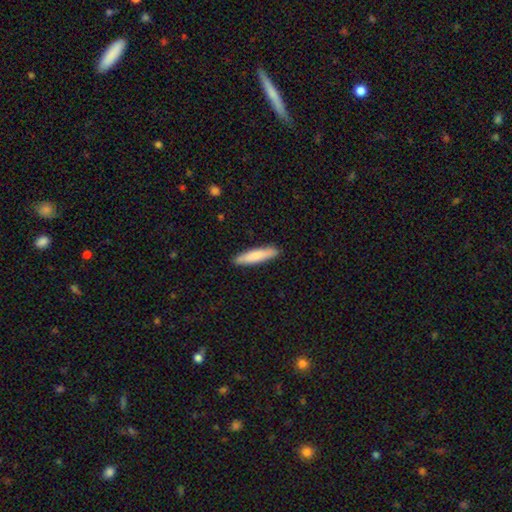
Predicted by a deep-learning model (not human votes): A smooth galaxy with no disk features (79%) that is cigar-shaped (85%).

Vote fractions:
- Smooth or featured? smooth: 79% / featured or disk: 16% / star or artifact: 5%
- How rounded? cigar-shaped: 85% / in between: 13% / round: 1%
- Merging? none: 90% / minor disturbance: 8% / major disturbance: 1% / merger: 1%